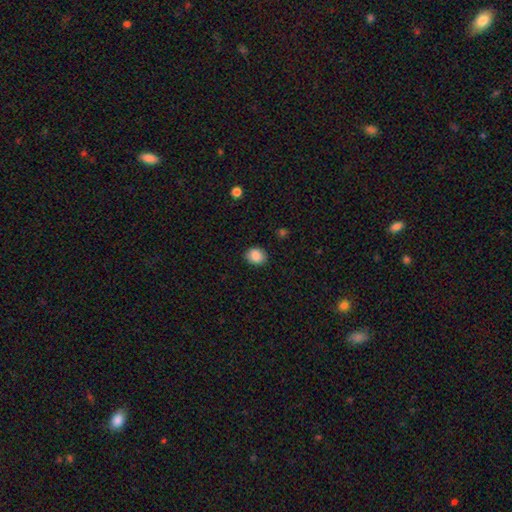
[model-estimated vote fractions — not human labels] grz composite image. It shows a smooth galaxy with no disk features (87%) that is round (56%). Merging: none (87%).